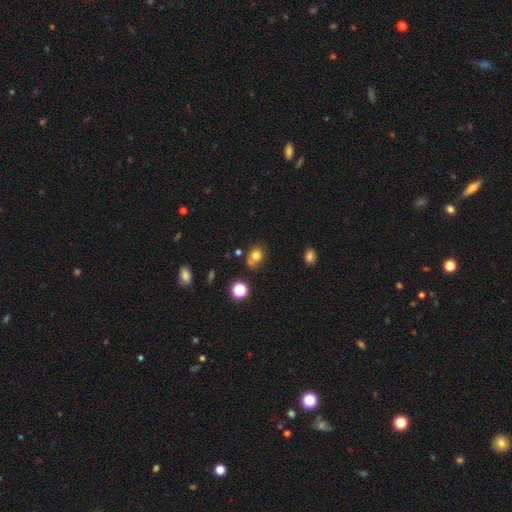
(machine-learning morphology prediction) This is likely a smooth galaxy (76%). How rounded: likely round (64%). Merging: possibly none (58%).